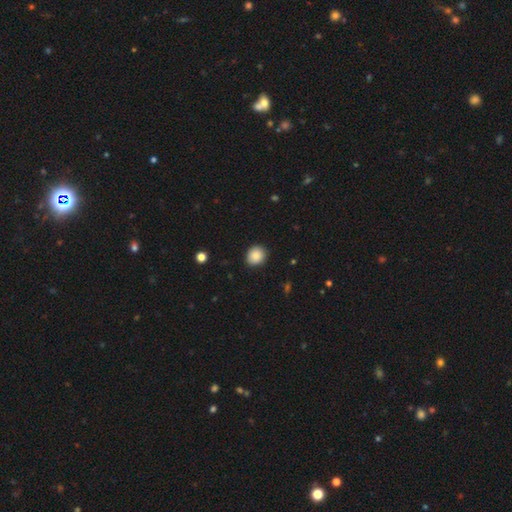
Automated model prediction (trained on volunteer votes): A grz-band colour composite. It shows a smooth galaxy with no disk features (87%) that is round (73%). Merging: none (89%).